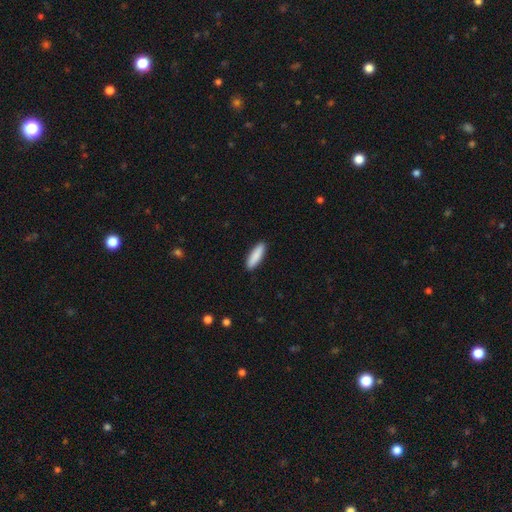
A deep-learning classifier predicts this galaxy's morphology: Overall: smooth (88%). How rounded: cigar-shaped (66%; in between 33%). Merging: none (91%).